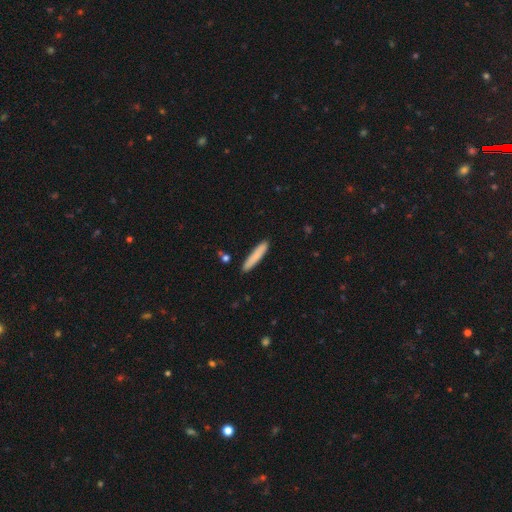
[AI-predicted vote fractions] Smooth or featured?
  - smooth: 82% *
  - featured or disk: 12%
  - star or artifact: 6%
How rounded?
  - cigar-shaped: 92% *
  - in between: 7%
  - round: 1%
Merging?
  - none: 88% *
  - minor disturbance: 8%
  - merger: 2%
  - major disturbance: 2%